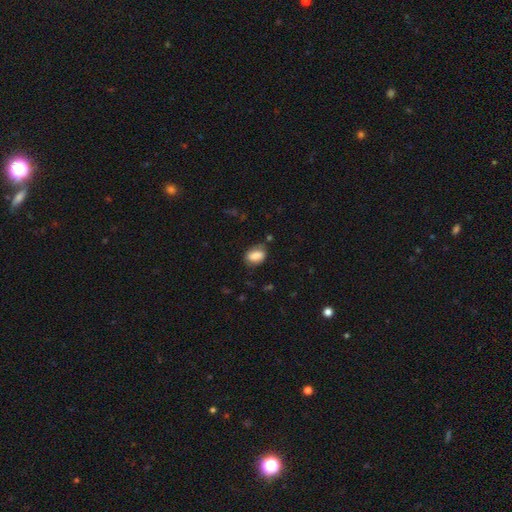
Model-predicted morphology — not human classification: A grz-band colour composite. It shows a smooth galaxy with no disk features (83%) that is in between round and cigar-shaped (82%). Merging: none (70%).